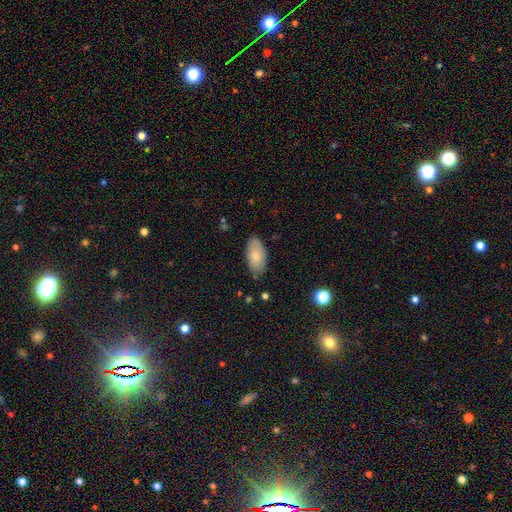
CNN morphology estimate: Smooth or featured? Predicted: smooth (p=0.82). How rounded? Predicted: in between (p=0.94). Merging? Predicted: none (p=0.80).